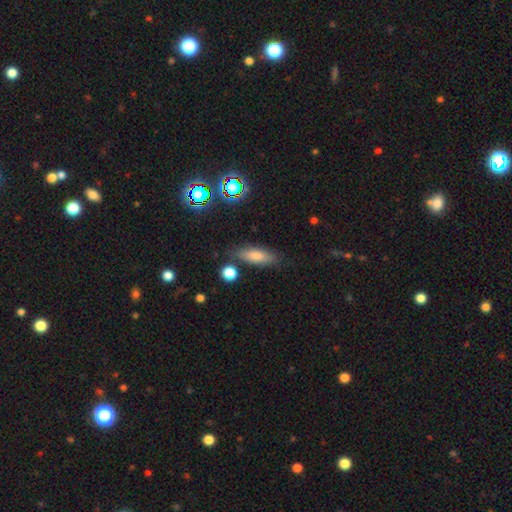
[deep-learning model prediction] A smooth galaxy with no disk features (69%) that is in between round and cigar-shaped (57%). Merging: none (80%).